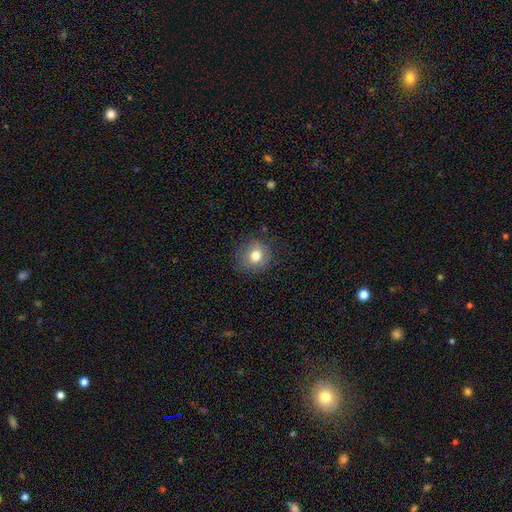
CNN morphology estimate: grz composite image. It shows a smooth galaxy with no disk features (77%) that is round (81%). Merging: none (80%).